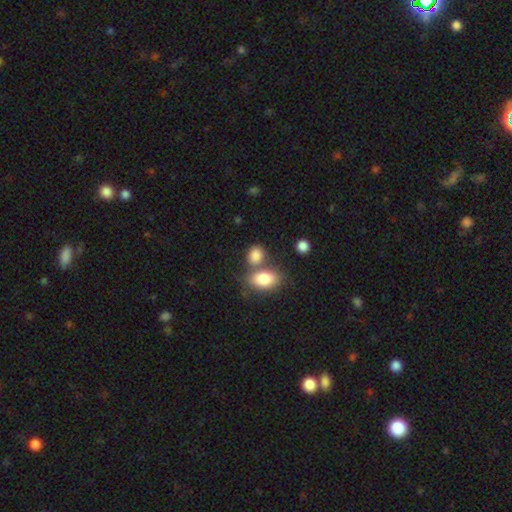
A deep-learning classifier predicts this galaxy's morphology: smooth_or_featured: smooth (p=0.84) [alt: star or artifact p=0.09]
how_rounded: in between (p=0.65) [alt: round p=0.33]
merging: none (p=0.46) [alt: merger p=0.37]